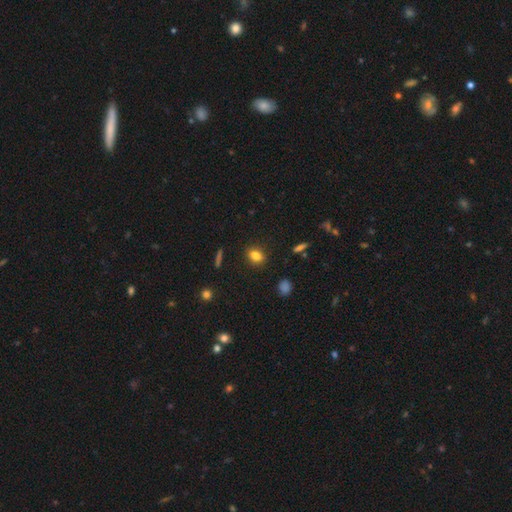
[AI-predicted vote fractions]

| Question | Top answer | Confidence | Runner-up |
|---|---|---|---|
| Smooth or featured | smooth | 81% | star or artifact (11%) |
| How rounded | in between | 60% | round (37%) |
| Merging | none | 88% | minor disturbance (8%) |